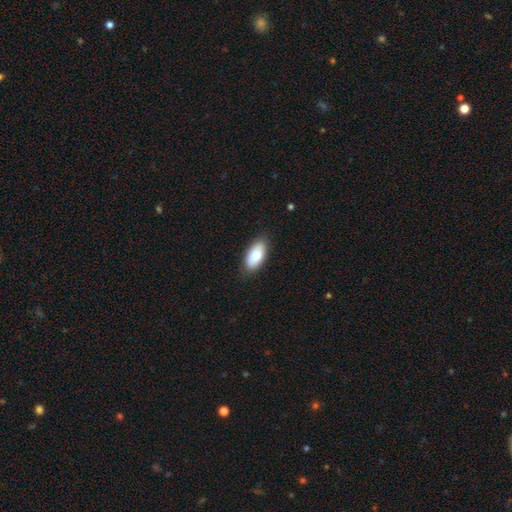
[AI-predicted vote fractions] The model was most divided on "smooth or featured": smooth: 83%, featured or disk: 11%, star or artifact: 6%. More confident: how rounded — in between (92%); merging — none (85%).